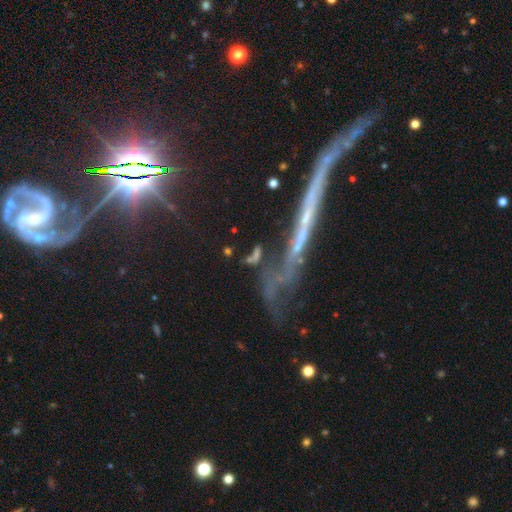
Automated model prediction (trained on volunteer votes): Smooth or featured?
  - featured or disk: 45% *
  - smooth: 34%
  - star or artifact: 21%
Merging?
  - none: 45% *
  - major disturbance: 23%
  - minor disturbance: 17%
  - merger: 15%